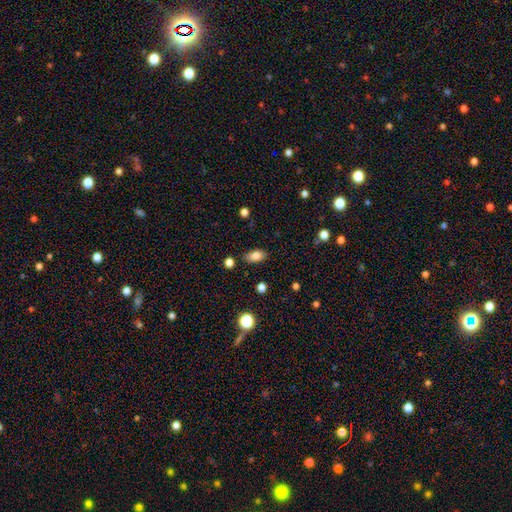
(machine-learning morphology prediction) The model was most divided on "smooth or featured": smooth: 81%, featured or disk: 10%, star or artifact: 9%. More confident: how rounded — in between (89%); merging — none (85%).